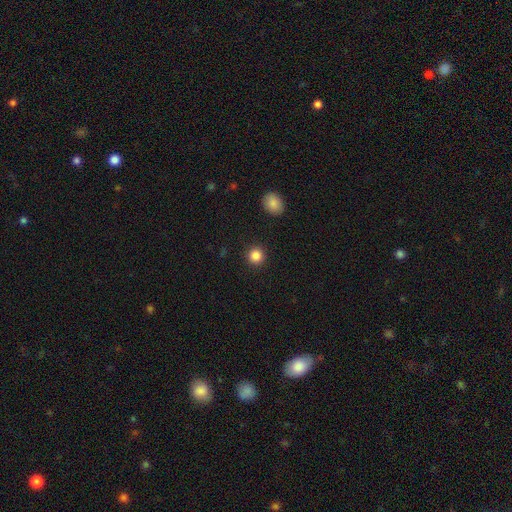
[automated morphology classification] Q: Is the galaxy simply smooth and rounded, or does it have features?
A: smooth — 86%.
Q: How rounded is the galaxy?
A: round — 94%.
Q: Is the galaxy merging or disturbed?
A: none — 92%.